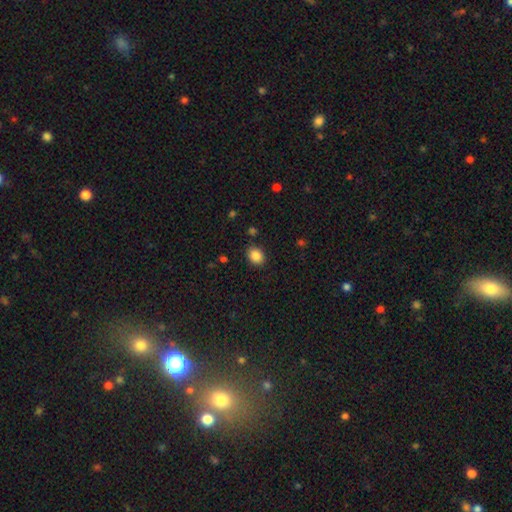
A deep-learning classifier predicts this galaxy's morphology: Smooth or featured: smooth — 87% (star or artifact — 9%)
How rounded: in between — 52% (round — 47%)
Merging: none — 87% (minor disturbance — 9%)